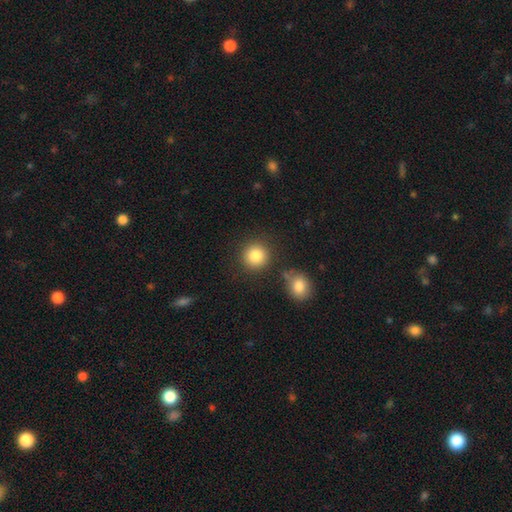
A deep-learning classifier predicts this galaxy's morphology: smooth 84%, star or artifact 10%, featured or disk 6%. Down the decision tree: how rounded — round (92%); merging — none (83%).